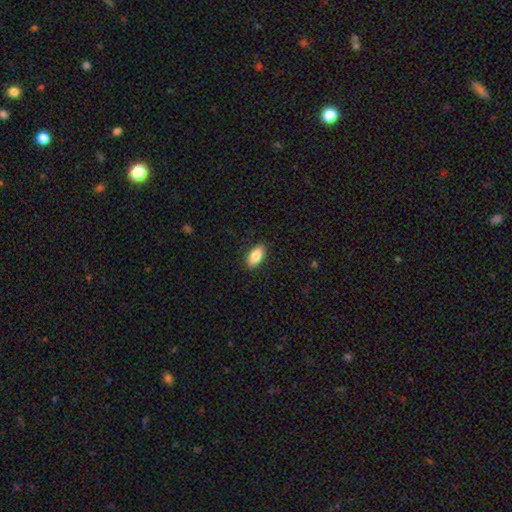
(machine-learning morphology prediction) Smooth or featured: smooth — 87% (featured or disk — 7%)
How rounded: in between — 90% (cigar-shaped — 7%)
Merging: none — 89% (minor disturbance — 8%)